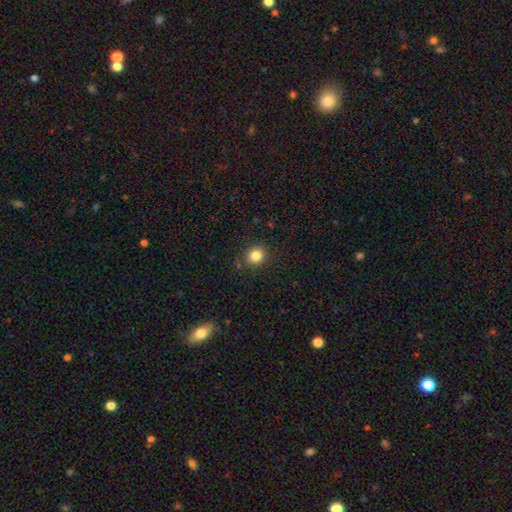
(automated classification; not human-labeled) The model was most divided on "how rounded": round: 79%, in between: 20%, cigar-shaped: 1%. More confident: merging — none (86%); smooth or featured — smooth (84%).